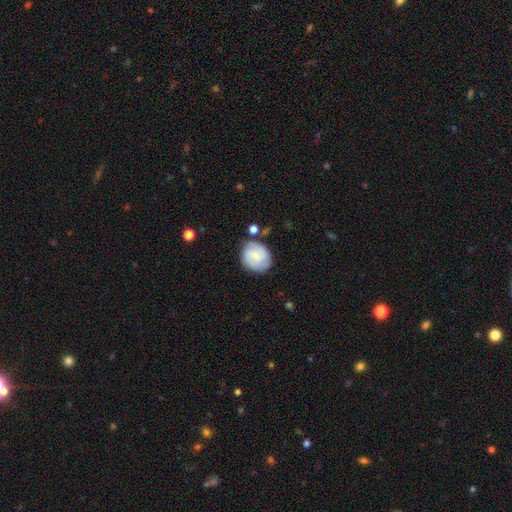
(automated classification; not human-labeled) Smooth or featured? smooth (52%)
How rounded? round (62%)
Merging? none (69%)